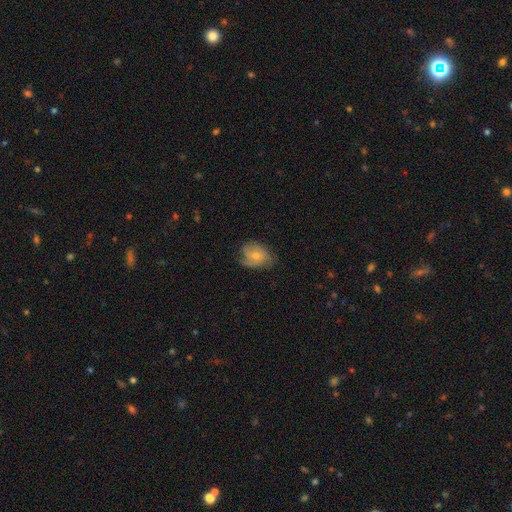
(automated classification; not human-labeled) A smooth galaxy with no disk features (51%) that is in between round and cigar-shaped (63%).

Vote fractions:
- Smooth or featured? smooth: 51% / featured or disk: 41% / star or artifact: 8%
- How rounded? in between: 63% / round: 36% / cigar-shaped: 1%
- Merging? none: 56% / minor disturbance: 31% / major disturbance: 12% / merger: 1%